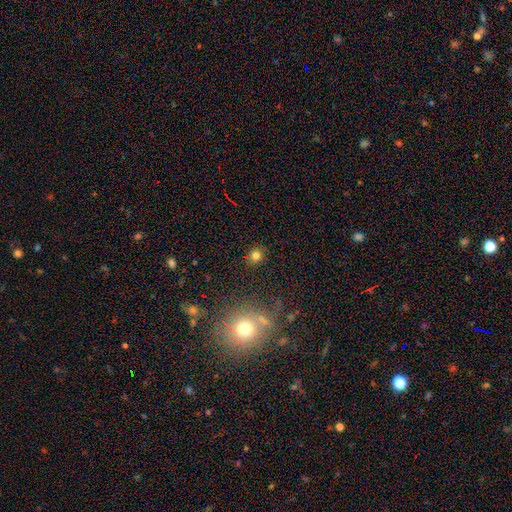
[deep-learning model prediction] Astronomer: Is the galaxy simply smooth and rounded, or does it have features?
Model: smooth — 79%.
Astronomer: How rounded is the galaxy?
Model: round — 86%.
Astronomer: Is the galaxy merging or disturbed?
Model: none — 88%.